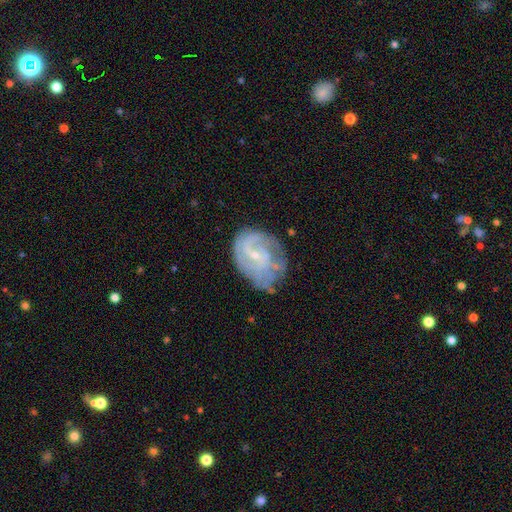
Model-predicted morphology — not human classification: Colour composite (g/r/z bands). It shows a featured or disk galaxy (73%) with a weak bar (48%), tight (42%) spiral arms (78%) and a small central bulge (74%). Merging: none (49%).